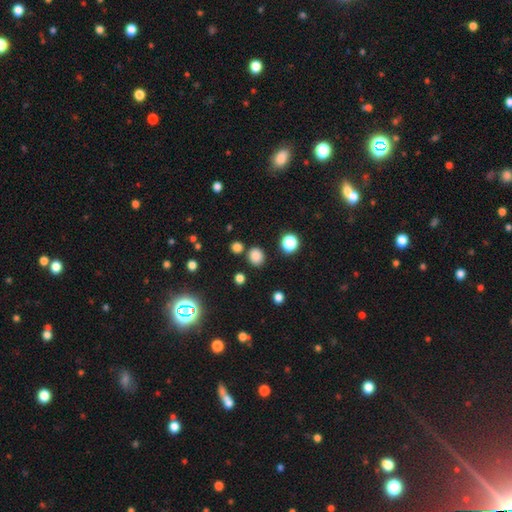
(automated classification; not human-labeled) Morphology: type=smooth (80%); roundness=round (73%); merging=none (81%).